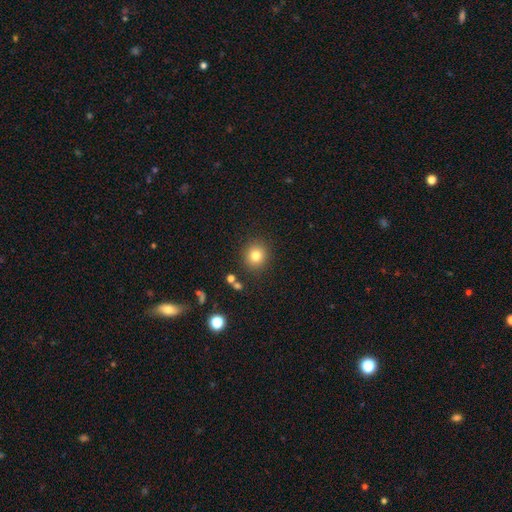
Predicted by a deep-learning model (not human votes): Smooth or featured?
  - smooth: 80% *
  - star or artifact: 12%
  - featured or disk: 8%
How rounded?
  - round: 89% *
  - in between: 10%
  - cigar-shaped: 1%
Merging?
  - none: 87% *
  - minor disturbance: 7%
  - merger: 3%
  - major disturbance: 3%